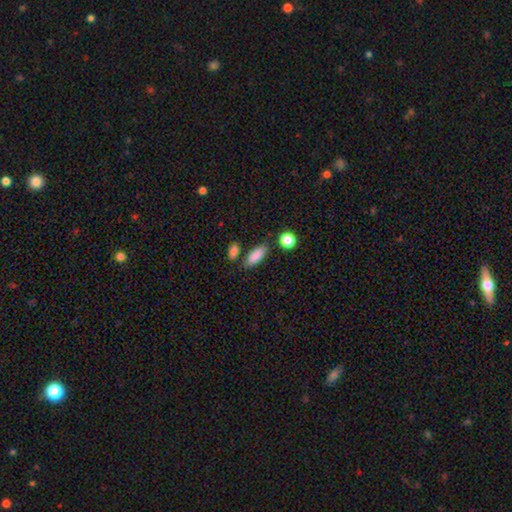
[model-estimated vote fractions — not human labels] Smooth or featured? Predicted: smooth (p=0.87). How rounded? Predicted: in between (p=0.78). Merging? Predicted: none (p=0.77).